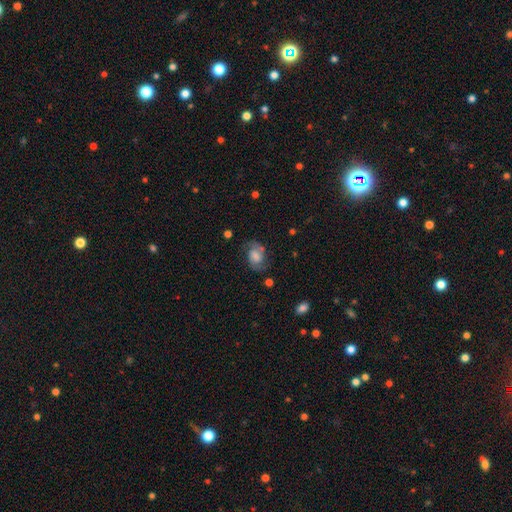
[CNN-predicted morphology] featured or disk 61%, smooth 30%, star or artifact 9%. Down the decision tree: edge-on disk — no (97%); bar — no (53%); spiral arms — yes (89%); spiral arm count — 2 (87%); spiral winding — medium (50%); bulge size — moderate (30%); merging — none (69%).